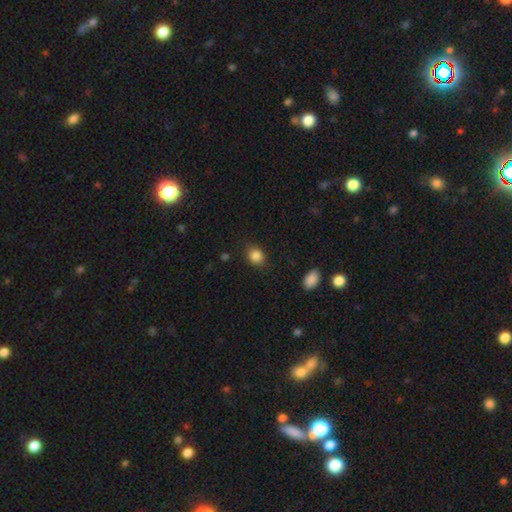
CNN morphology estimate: Q: Smooth or featured?
A: smooth (86%); runner-up: star or artifact (10%)
Q: How rounded?
A: round (57%); runner-up: in between (42%)
Q: Merging?
A: none (84%); runner-up: minor disturbance (11%)